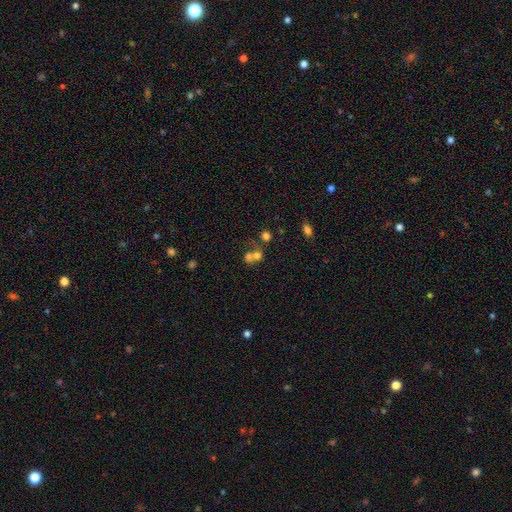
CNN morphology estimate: A smooth galaxy with no disk features (62%) that is round (65%). Merging: merger (63%).